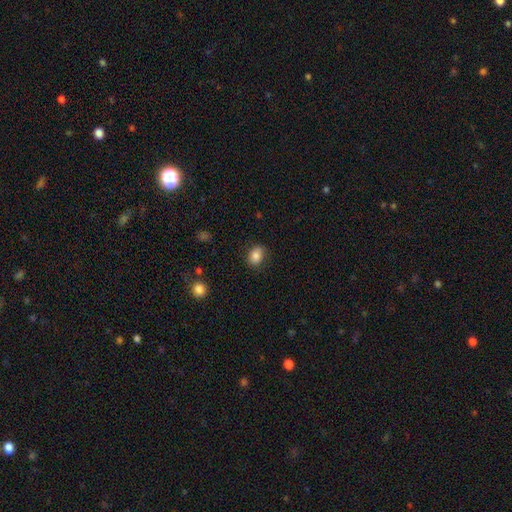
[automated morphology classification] A smooth galaxy with no disk features (84%) that is in between round and cigar-shaped (66%). Merging: none (81%).